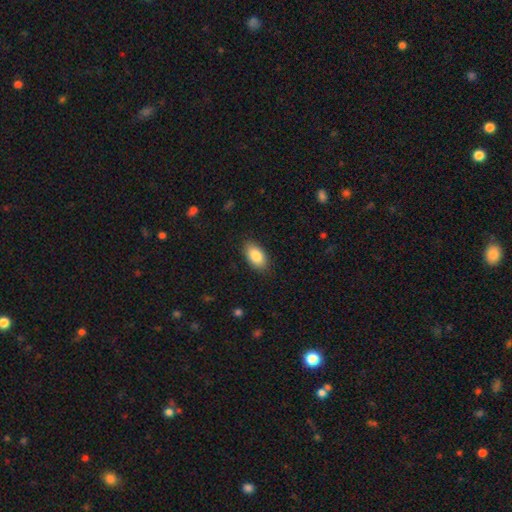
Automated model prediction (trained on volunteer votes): Smooth or featured? Predicted: smooth (p=0.86). How rounded? Predicted: in between (p=0.93). Merging? Predicted: none (p=0.86).